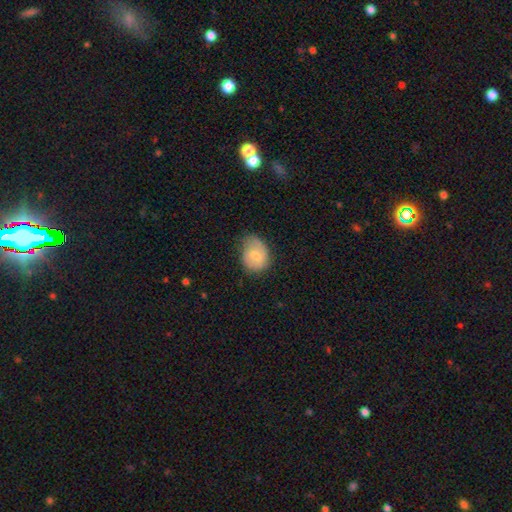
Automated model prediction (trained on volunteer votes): Overall: smooth (63%; featured or disk 31%). How rounded: in between (50%; round 49%). Merging: none (56%; minor disturbance 33%).